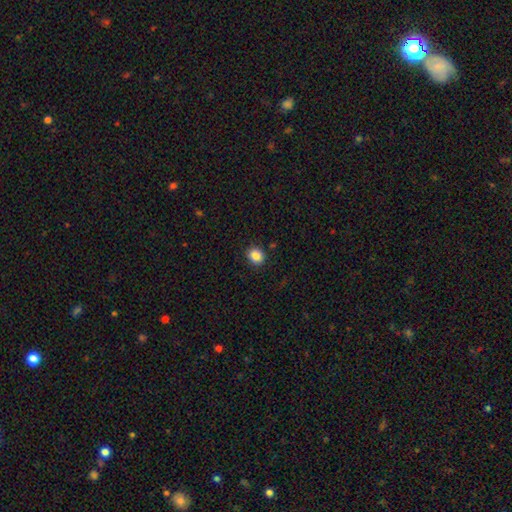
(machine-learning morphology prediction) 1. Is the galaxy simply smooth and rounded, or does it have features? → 86% smooth, 10% star or artifact, 4% featured or disk.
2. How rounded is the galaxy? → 72% round, 27% in between, 1% cigar-shaped.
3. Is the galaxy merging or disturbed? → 89% none, 8% minor disturbance, 2% major disturbance, 1% merger.